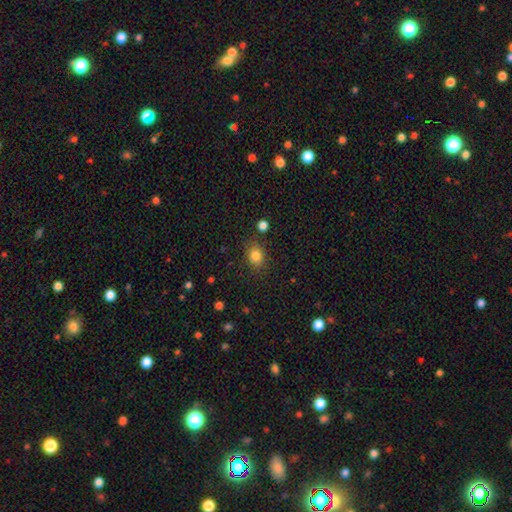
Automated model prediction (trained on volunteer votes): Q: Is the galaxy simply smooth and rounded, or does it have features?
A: smooth — 82%.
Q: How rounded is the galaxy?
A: round — 51%.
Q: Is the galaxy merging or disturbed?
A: none — 80%.